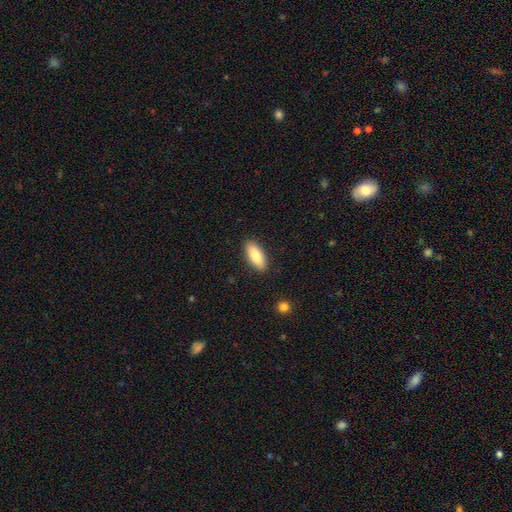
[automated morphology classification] A smooth galaxy with no disk features (82%) that is in between round and cigar-shaped (82%).

Vote fractions:
- Smooth or featured? smooth: 82% / featured or disk: 12% / star or artifact: 6%
- How rounded? in between: 82% / cigar-shaped: 16% / round: 2%
- Merging? none: 89% / minor disturbance: 8% / major disturbance: 2% / merger: 1%